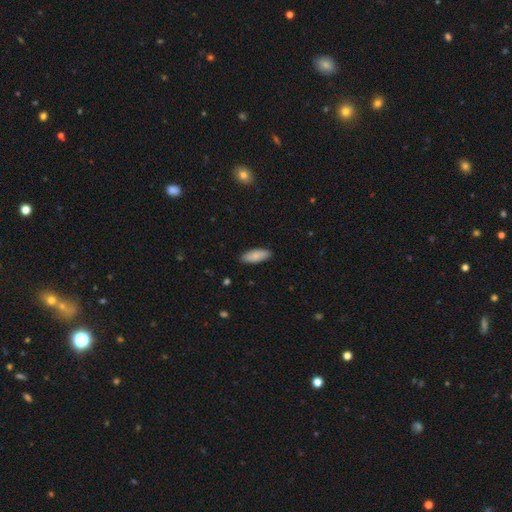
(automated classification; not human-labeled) This is clearly a smooth galaxy (86%). How rounded: likely in between (75%). Merging: clearly none (88%).